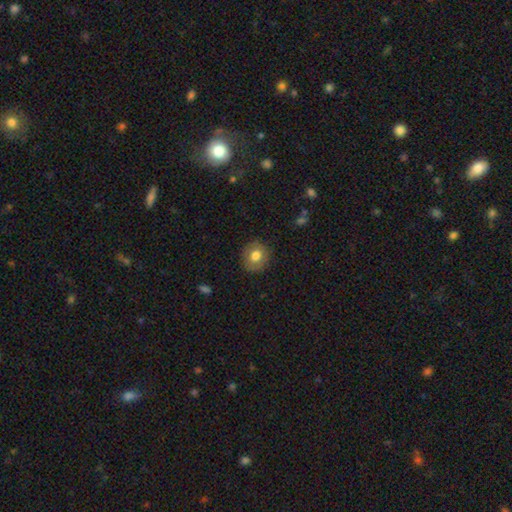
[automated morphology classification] Smooth or featured?
  - smooth: 77% *
  - featured or disk: 14%
  - star or artifact: 9%
How rounded?
  - round: 82% *
  - in between: 18%
  - cigar-shaped: 1%
Merging?
  - none: 88% *
  - minor disturbance: 9%
  - major disturbance: 2%
  - merger: 1%